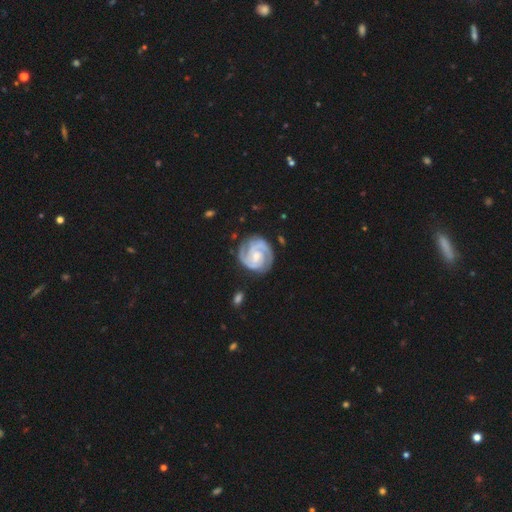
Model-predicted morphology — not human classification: smooth-or-featured: featured or disk: 91% | smooth: 5% | star or artifact: 4%
  disk-edge-on: no: 98% | yes: 2%
    bar: no: 49% | weak: 40% | strong: 11%
    has-spiral-arms: yes: 98% | no: 2%
      spiral-winding: tight: 67% | medium: 29% | loose: 4%
      spiral-arm-count: 2: 59% | 3: 25% | can't tell: 6% | 4: 3% | 1: 3% | more than 4: 3%
    bulge-size: small: 51% | moderate: 40% | none: 5% | large: 3% | dominant: 1%
  merging: none: 78% | minor disturbance: 16% | major disturbance: 5% | merger: 2%